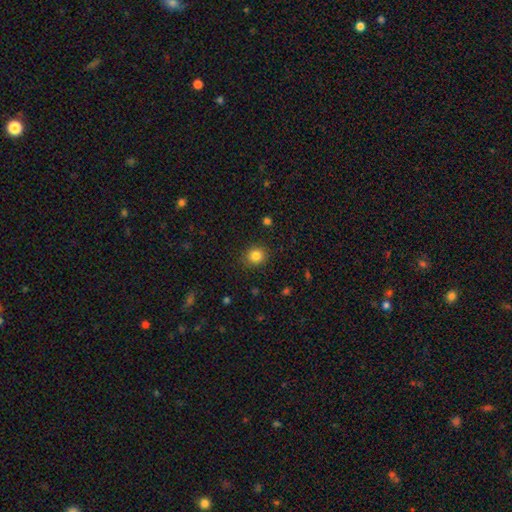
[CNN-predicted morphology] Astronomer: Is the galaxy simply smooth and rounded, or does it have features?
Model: smooth — 84%.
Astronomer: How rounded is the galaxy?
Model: round — 83%.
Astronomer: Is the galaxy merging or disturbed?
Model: none — 88%.